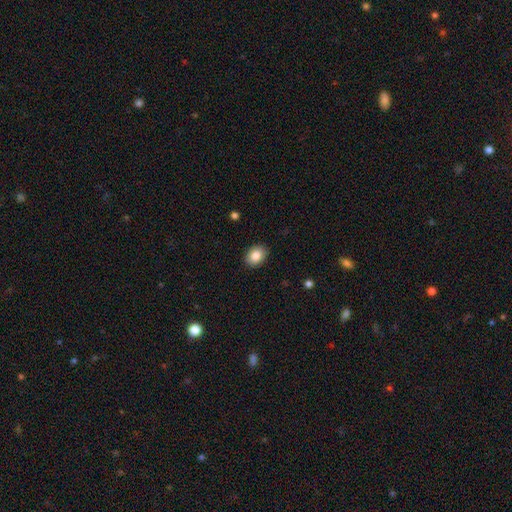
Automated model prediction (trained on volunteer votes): Smooth or featured?
  - smooth: 85% *
  - star or artifact: 8%
  - featured or disk: 7%
How rounded?
  - in between: 67% *
  - round: 32%
  - cigar-shaped: 1%
Merging?
  - none: 89% *
  - minor disturbance: 8%
  - major disturbance: 2%
  - merger: 1%